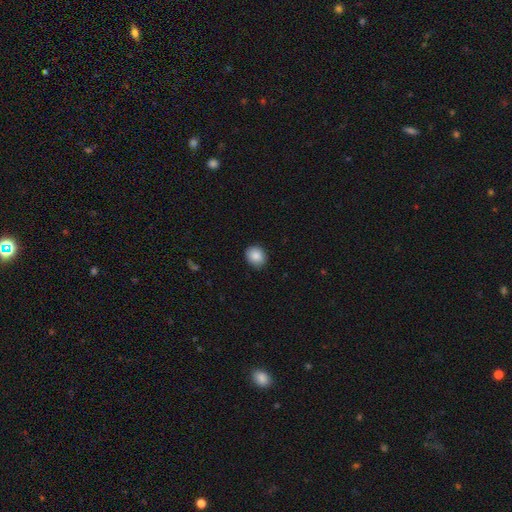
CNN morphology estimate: smooth_or_featured: smooth (p=0.87) [alt: star or artifact p=0.08]
how_rounded: round (p=0.63) [alt: in between p=0.36]
merging: none (p=0.87) [alt: minor disturbance p=0.10]